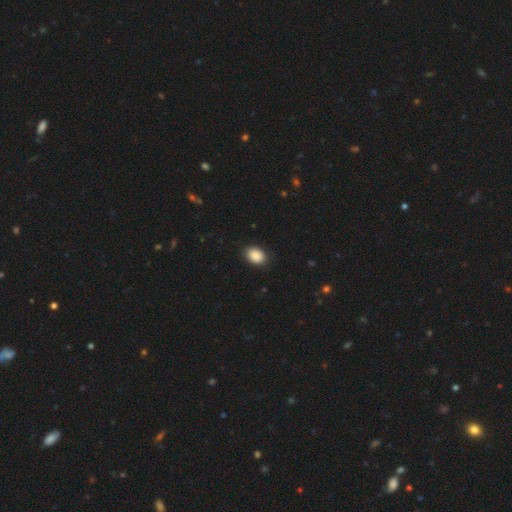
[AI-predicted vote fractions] Morphology: type=smooth (90%); roundness=in between (73%); merging=none (87%).